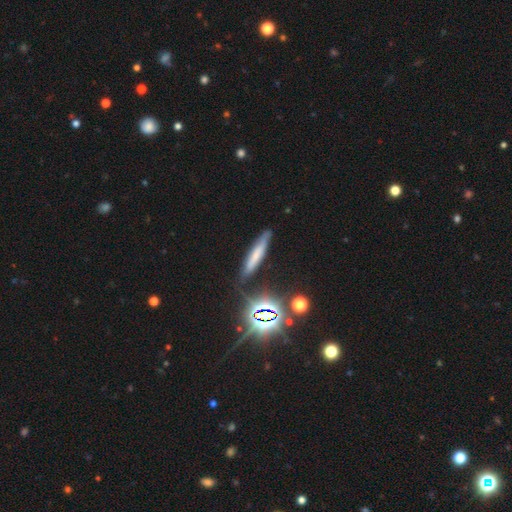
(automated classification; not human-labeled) A smooth galaxy with no disk features (54%) that is cigar-shaped (88%).

Vote fractions:
- Smooth or featured? smooth: 54% / featured or disk: 27% / star or artifact: 19%
- How rounded? cigar-shaped: 88% / in between: 9% / round: 3%
- Merging? none: 79% / minor disturbance: 14% / major disturbance: 4% / merger: 3%